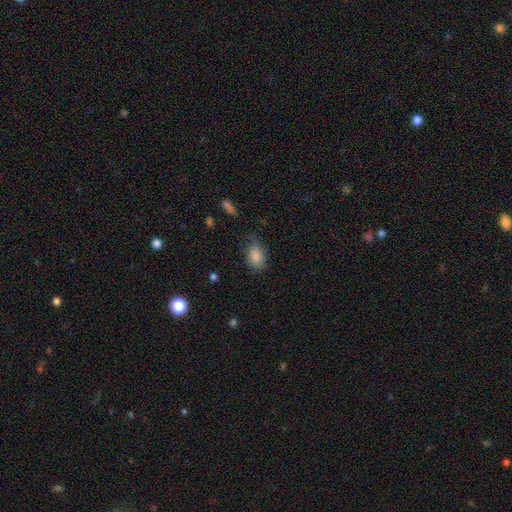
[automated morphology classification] Smooth or featured?
  - smooth: 86% *
  - star or artifact: 8%
  - featured or disk: 7%
How rounded?
  - in between: 87% *
  - round: 12%
  - cigar-shaped: 2%
Merging?
  - none: 71% *
  - minor disturbance: 21%
  - major disturbance: 6%
  - merger: 1%